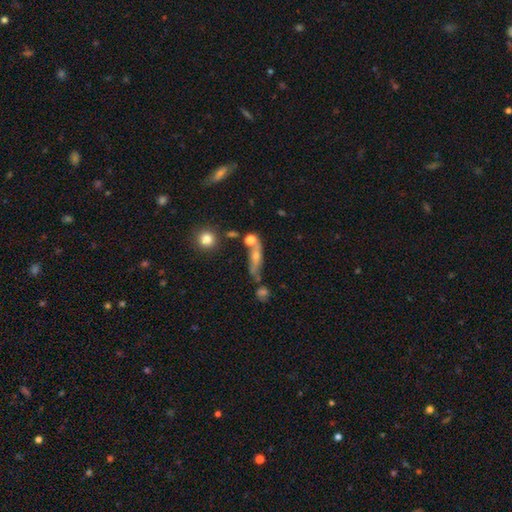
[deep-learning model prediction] Smooth or featured?
  - smooth: 52% *
  - featured or disk: 36%
  - star or artifact: 11%
How rounded?
  - cigar-shaped: 51% *
  - in between: 38%
  - round: 11%
Merging?
  - none: 47% *
  - merger: 25%
  - minor disturbance: 19%
  - major disturbance: 10%